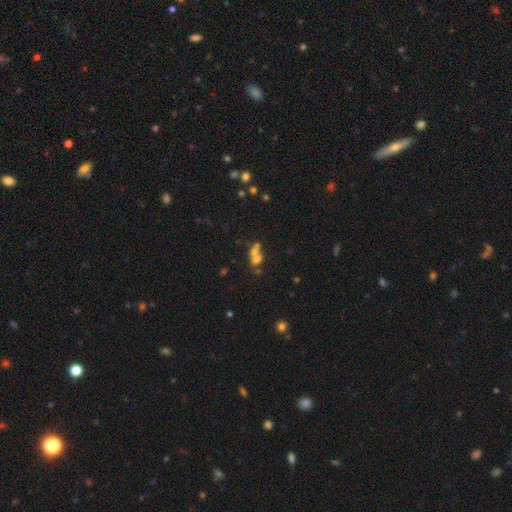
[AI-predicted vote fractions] smooth 53%, featured or disk 27%, star or artifact 20%. Down the decision tree: how rounded — in between (49%); merging — merger (61%).